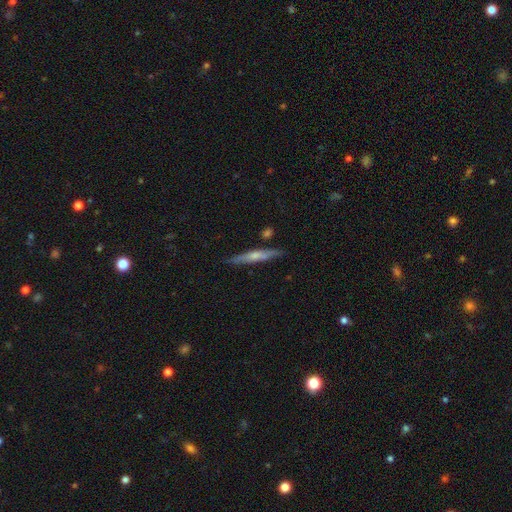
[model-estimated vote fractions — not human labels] Q: Smooth or featured?
A: featured or disk (51%); runner-up: smooth (43%)
Q: Edge-on disk?
A: yes (92%); runner-up: no (8%)
Q: Merging?
A: none (84%); runner-up: minor disturbance (11%)